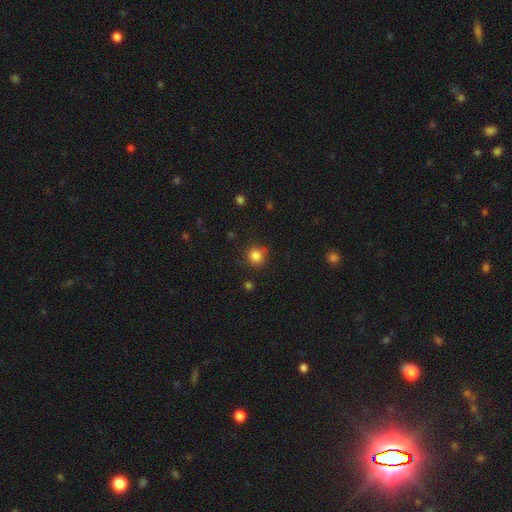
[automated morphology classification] Smooth or featured?
  - smooth: 83% *
  - star or artifact: 12%
  - featured or disk: 5%
How rounded?
  - round: 89% *
  - in between: 10%
  - cigar-shaped: 1%
Merging?
  - none: 79% *
  - minor disturbance: 14%
  - major disturbance: 4%
  - merger: 3%